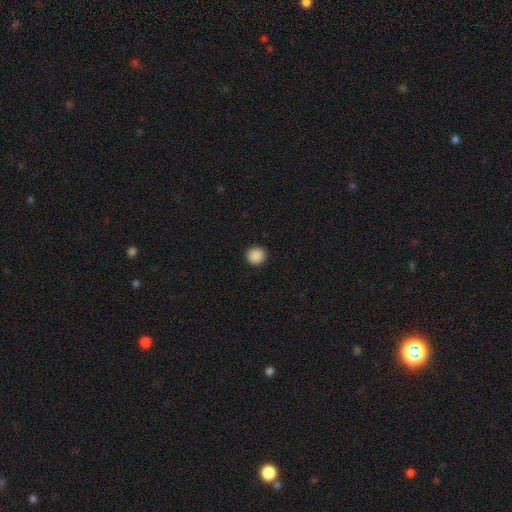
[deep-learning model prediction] Morphology: type=smooth (89%); roundness=round (93%); merging=none (93%).